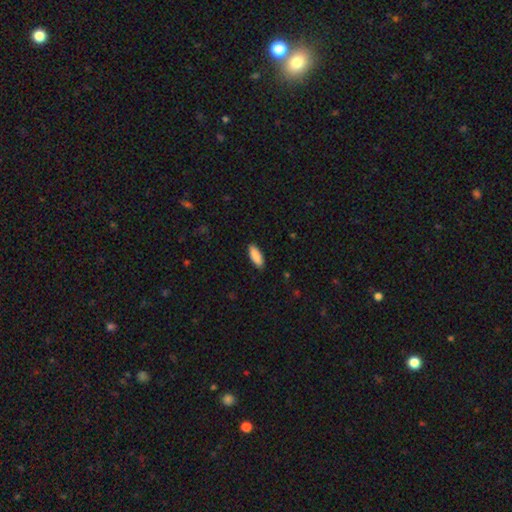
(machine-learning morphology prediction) Smooth or featured? Predicted: smooth (p=0.88). How rounded? Predicted: in between (p=0.73). Merging? Predicted: none (p=0.89).